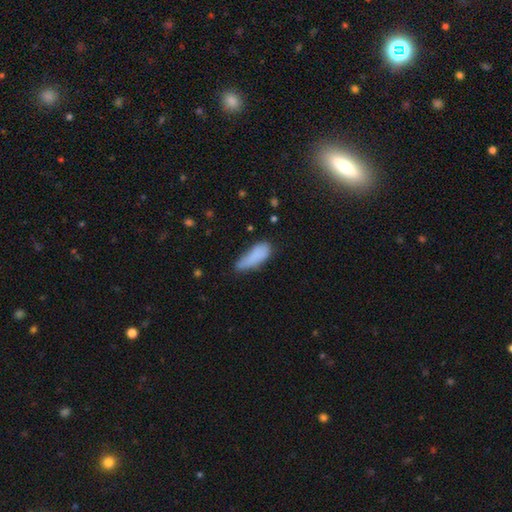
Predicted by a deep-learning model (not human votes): smooth_or_featured: smooth (p=0.82) [alt: featured or disk p=0.10]
how_rounded: in between (p=0.58) [alt: cigar-shaped p=0.39]
merging: none (p=0.44) [alt: minor disturbance p=0.37]